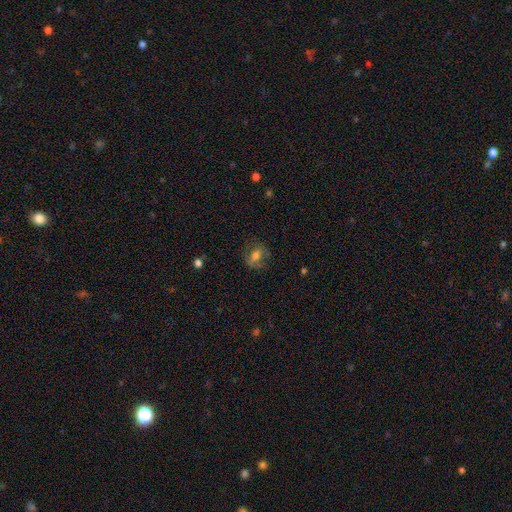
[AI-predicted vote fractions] This appears to be a smooth galaxy with no disk features (61%) that is in between round and cigar-shaped (55%). Merging: none (68%).